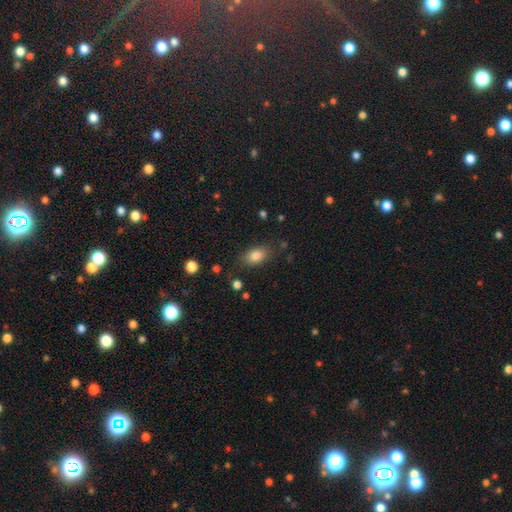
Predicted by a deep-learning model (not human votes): Smooth or featured: smooth — 82% (star or artifact — 9%)
How rounded: in between — 85% (round — 11%)
Merging: none — 79% (minor disturbance — 14%)